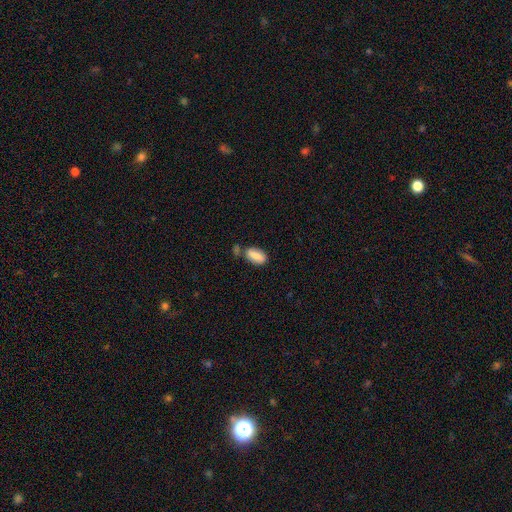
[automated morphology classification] Smooth or featured?
  - smooth: 83% *
  - featured or disk: 10%
  - star or artifact: 8%
How rounded?
  - in between: 91% *
  - cigar-shaped: 6%
  - round: 4%
Merging?
  - none: 54% *
  - merger: 22%
  - minor disturbance: 18%
  - major disturbance: 5%